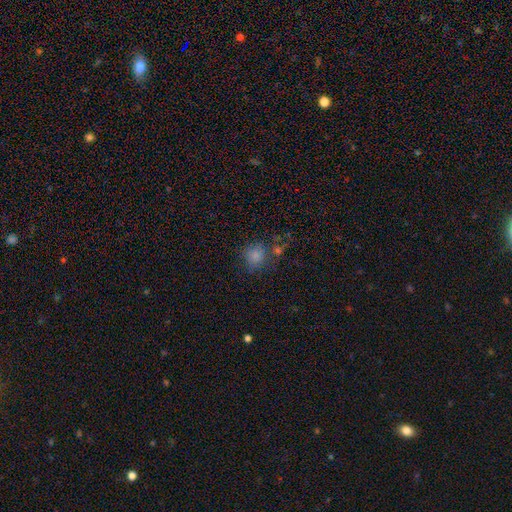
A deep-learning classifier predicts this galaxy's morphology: Smooth or featured?
  - smooth: 78% *
  - star or artifact: 15%
  - featured or disk: 7%
How rounded?
  - round: 85% *
  - in between: 14%
  - cigar-shaped: 1%
Merging?
  - none: 67% *
  - minor disturbance: 15%
  - merger: 12%
  - major disturbance: 7%